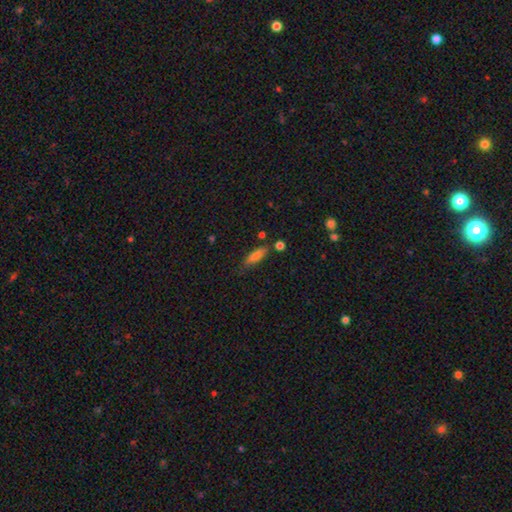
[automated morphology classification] A smooth galaxy with no disk features (78%) that is cigar-shaped (60%). Merging: none (73%).